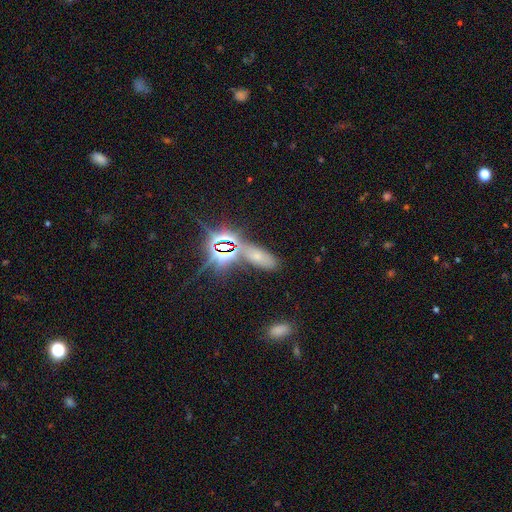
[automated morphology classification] smooth_or_featured: star or artifact (p=0.47) [alt: smooth p=0.38]